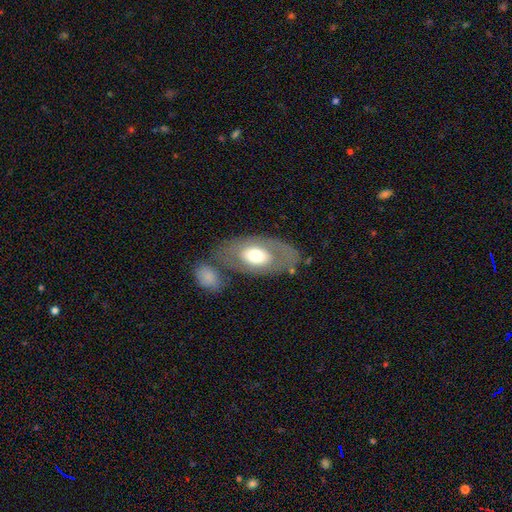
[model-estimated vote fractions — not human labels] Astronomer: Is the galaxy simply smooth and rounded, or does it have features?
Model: smooth — 49% (runner-up: featured or disk, 44%).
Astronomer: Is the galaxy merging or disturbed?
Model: none — 69%.